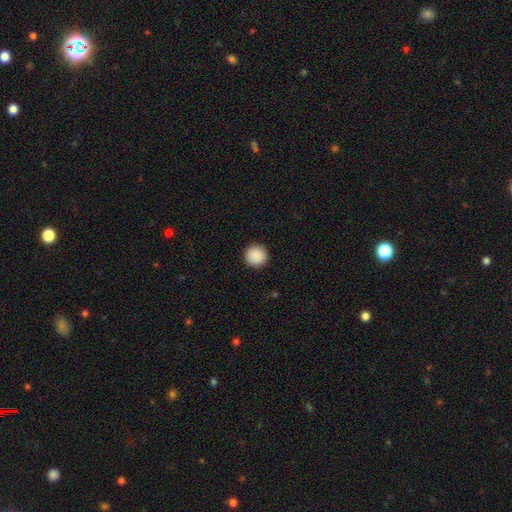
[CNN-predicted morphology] type=smooth (90%); roundness=round (96%); merging=none (93%).